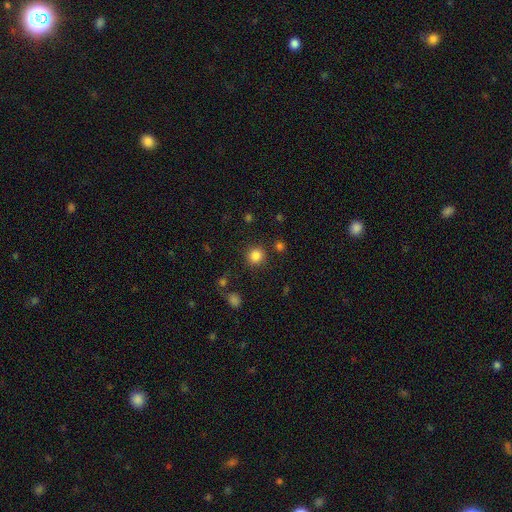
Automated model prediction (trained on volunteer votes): smooth 84%, star or artifact 12%, featured or disk 4%. Down the decision tree: how rounded — round (91%); merging — none (87%).